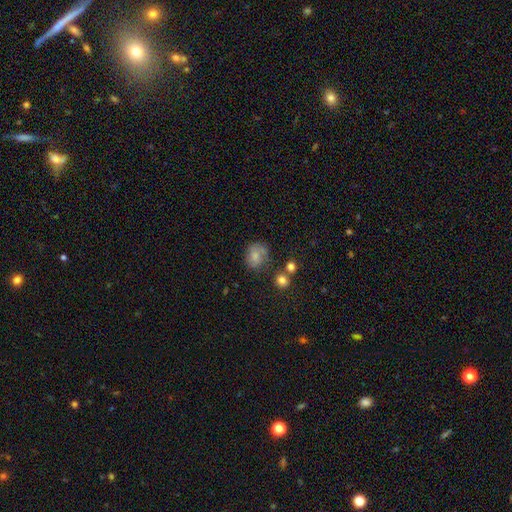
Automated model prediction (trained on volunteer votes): This is possibly a smooth galaxy (60%). How rounded: likely round (66%). Merging: possibly none (57%).